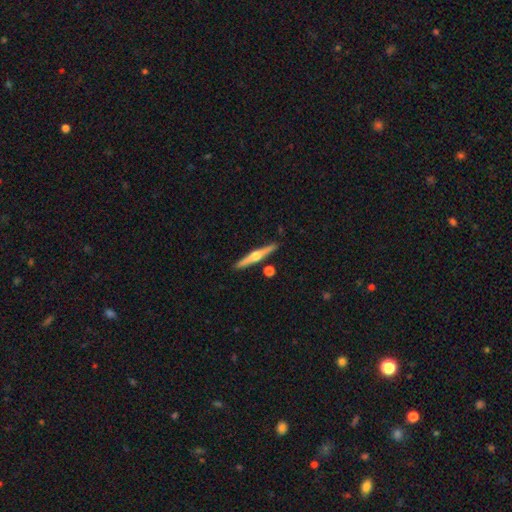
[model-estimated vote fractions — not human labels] Smooth or featured?
  - featured or disk: 71% *
  - smooth: 24%
  - star or artifact: 5%
Edge-on disk?
  - yes: 98% *
  - no: 2%
Edge-on bulge?
  - rounded: 93% *
  - boxy: 4%
  - none: 3%
Merging?
  - none: 87% *
  - minor disturbance: 7%
  - merger: 4%
  - major disturbance: 2%